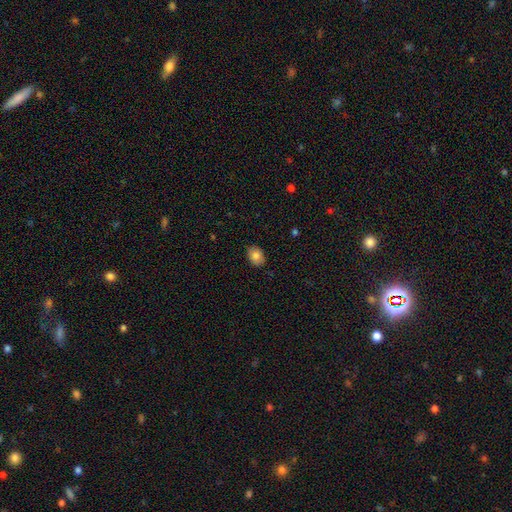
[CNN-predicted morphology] Smooth or featured?
  - smooth: 83% *
  - featured or disk: 9%
  - star or artifact: 8%
How rounded?
  - in between: 66% *
  - round: 33%
  - cigar-shaped: 1%
Merging?
  - none: 87% *
  - minor disturbance: 10%
  - major disturbance: 2%
  - merger: 1%